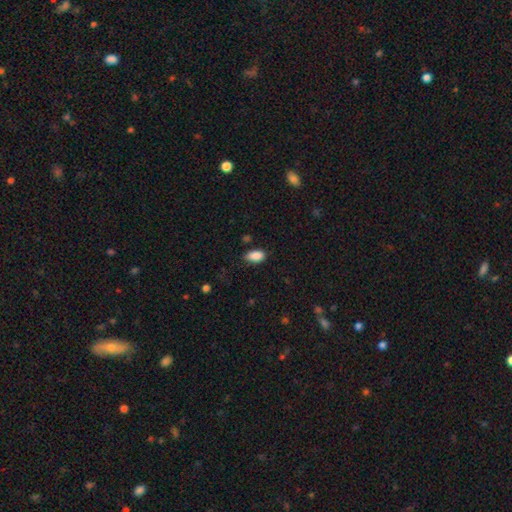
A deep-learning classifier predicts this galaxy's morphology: Overall: smooth (89%). How rounded: in between (92%). Merging: none (75%).